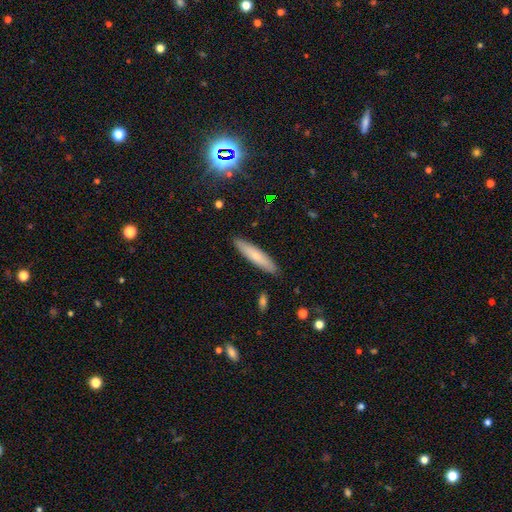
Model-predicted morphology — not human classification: Smooth or featured? smooth (70%)
How rounded? cigar-shaped (83%)
Merging? none (89%)